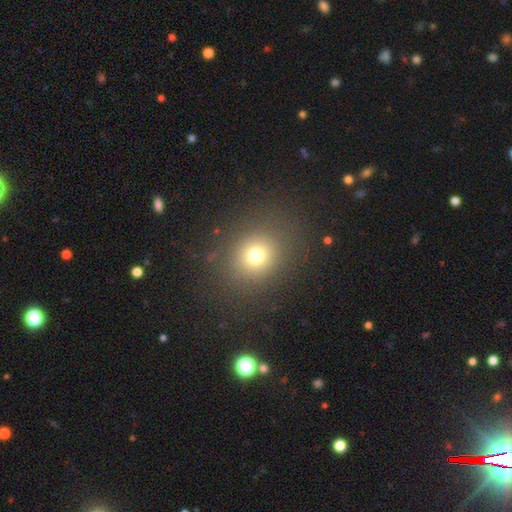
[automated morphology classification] A smooth galaxy with no disk features (71%) that is round (77%).

Vote fractions:
- Smooth or featured? smooth: 71% / star or artifact: 19% / featured or disk: 10%
- How rounded? round: 77% / in between: 22% / cigar-shaped: 1%
- Merging? none: 84% / minor disturbance: 8% / major disturbance: 6% / merger: 1%